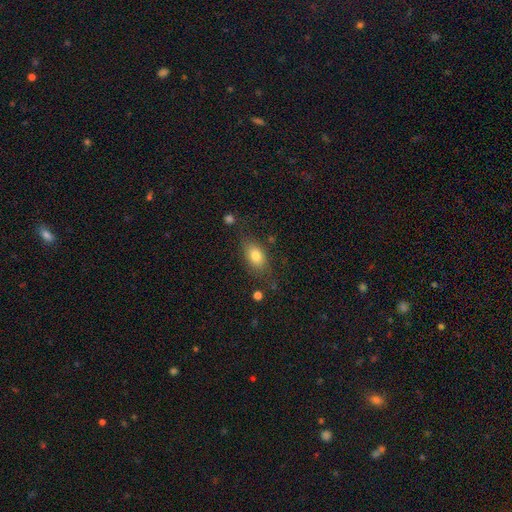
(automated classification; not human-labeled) A smooth galaxy with no disk features (78%) that is in between round and cigar-shaped (84%).

Vote fractions:
- Smooth or featured? smooth: 78% / featured or disk: 13% / star or artifact: 9%
- How rounded? in between: 84% / round: 13% / cigar-shaped: 4%
- Merging? none: 71% / minor disturbance: 19% / major disturbance: 7% / merger: 3%